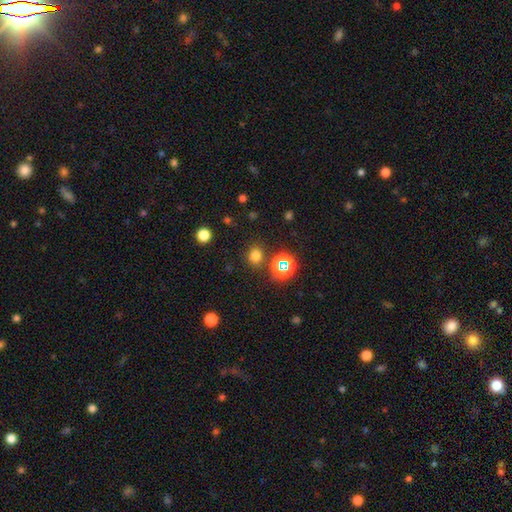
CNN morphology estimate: A smooth galaxy with no disk features (71%) that is round (77%). Merging: none (83%).